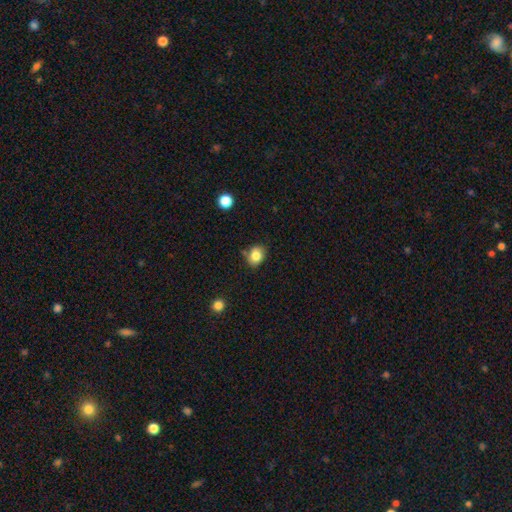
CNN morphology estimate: smooth-or-featured: smooth: 83% | star or artifact: 10% | featured or disk: 7%
  how-rounded: round: 51% | in between: 48% | cigar-shaped: 1%
  merging: none: 74% | minor disturbance: 17% | merger: 6% | major disturbance: 3%